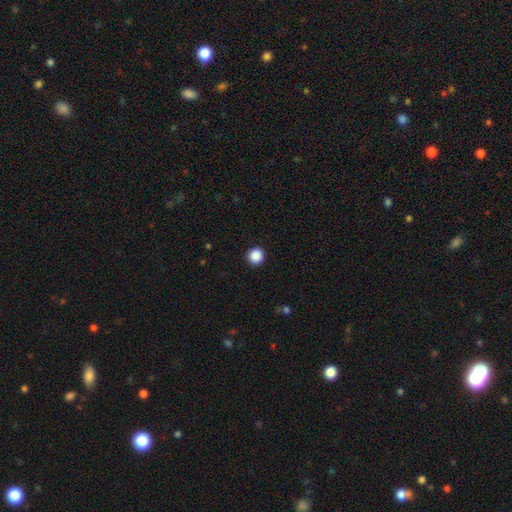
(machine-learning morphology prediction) Smooth or featured?
  - smooth: 89% *
  - star or artifact: 9%
  - featured or disk: 2%
How rounded?
  - round: 96% *
  - in between: 3%
  - cigar-shaped: 1%
Merging?
  - none: 94% *
  - minor disturbance: 4%
  - major disturbance: 1%
  - merger: 1%